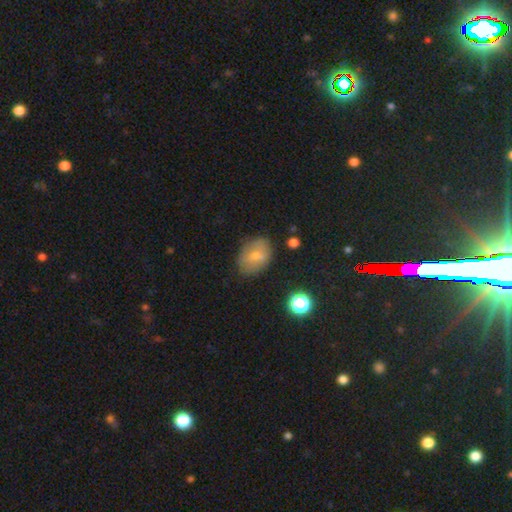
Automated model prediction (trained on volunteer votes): smooth_or_featured: smooth (p=0.65) [alt: featured or disk p=0.24]
how_rounded: in between (p=0.73) [alt: round p=0.26]
merging: none (p=0.68) [alt: minor disturbance p=0.22]